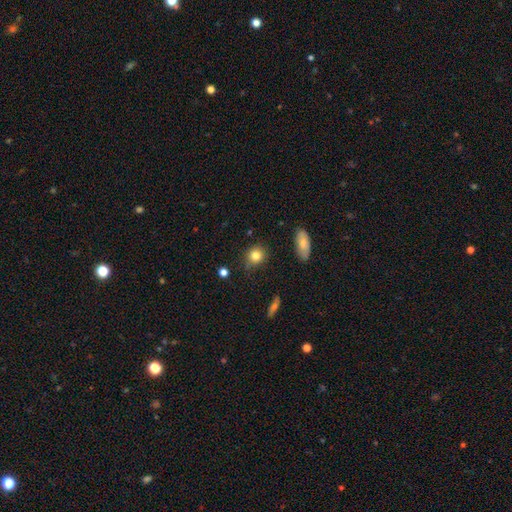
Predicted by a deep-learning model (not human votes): Smooth or featured? Predicted: smooth (p=0.83). How rounded? Predicted: round (p=0.80). Merging? Predicted: none (p=0.81).